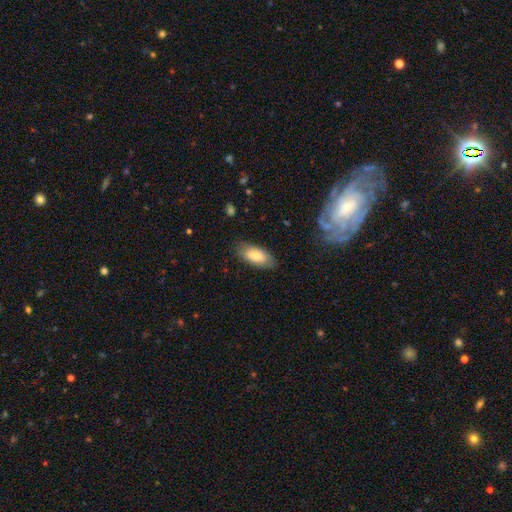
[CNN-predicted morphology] A smooth galaxy with no disk features (78%) that is in between round and cigar-shaped (88%). Merging: none (79%).